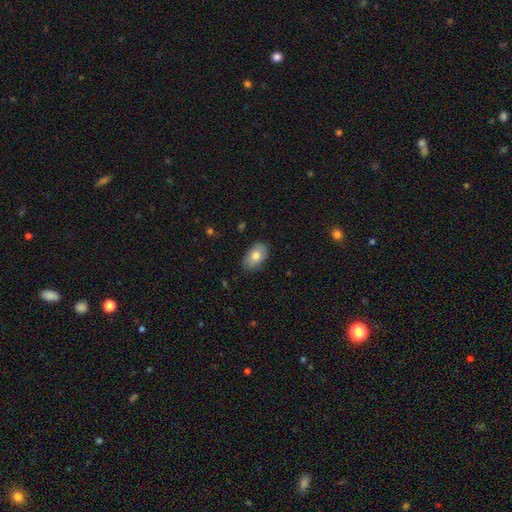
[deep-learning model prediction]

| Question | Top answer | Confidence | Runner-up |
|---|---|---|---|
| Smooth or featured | smooth | 78% | featured or disk (16%) |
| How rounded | in between | 91% | round (8%) |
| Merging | none | 82% | minor disturbance (14%) |